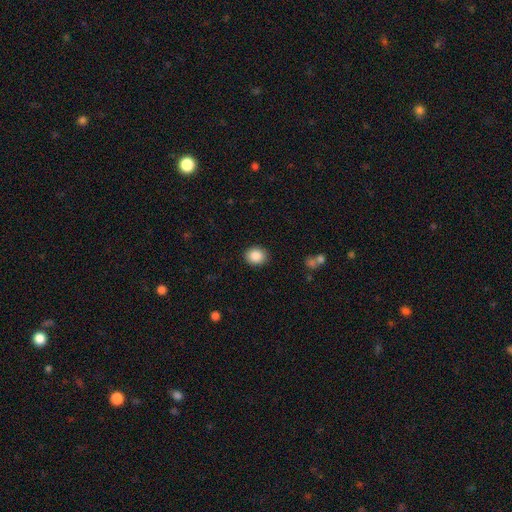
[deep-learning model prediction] A smooth galaxy with no disk features (86%) that is round (64%).

Vote fractions:
- Smooth or featured? smooth: 86% / star or artifact: 8% / featured or disk: 5%
- How rounded? round: 64% / in between: 35% / cigar-shaped: 1%
- Merging? none: 89% / minor disturbance: 7% / major disturbance: 2% / merger: 1%